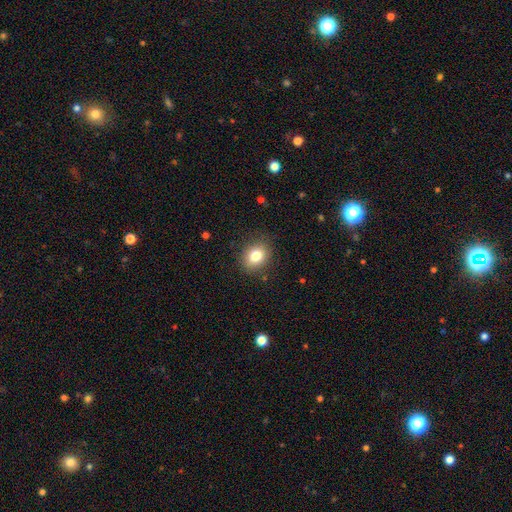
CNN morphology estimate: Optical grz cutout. It shows a smooth galaxy with no disk features (81%) that is round (53%). Merging: none (86%).